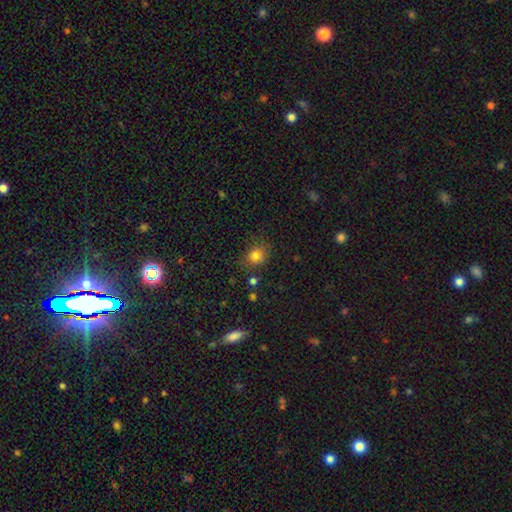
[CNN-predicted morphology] Overall: smooth (79%). How rounded: round (72%). Merging: none (77%).